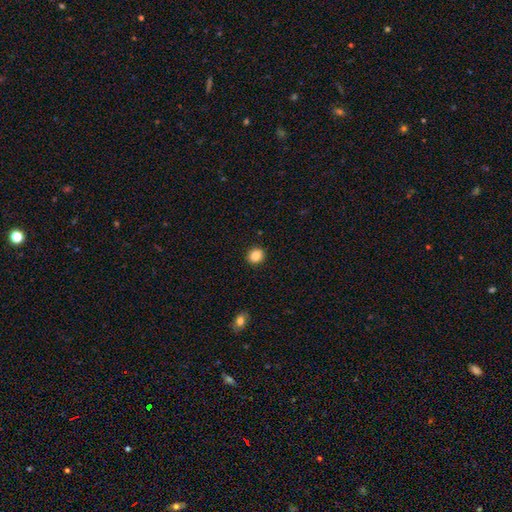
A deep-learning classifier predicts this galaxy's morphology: A smooth galaxy with no disk features (87%) that is round (78%). Merging: none (91%).